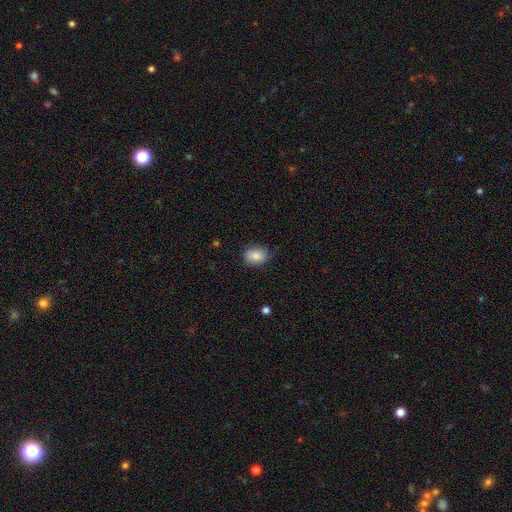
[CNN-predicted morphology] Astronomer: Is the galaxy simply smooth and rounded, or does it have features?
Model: smooth — 86%.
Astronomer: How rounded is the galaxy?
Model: in between — 59% (runner-up: round, 40%).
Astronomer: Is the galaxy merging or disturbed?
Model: none — 80%.